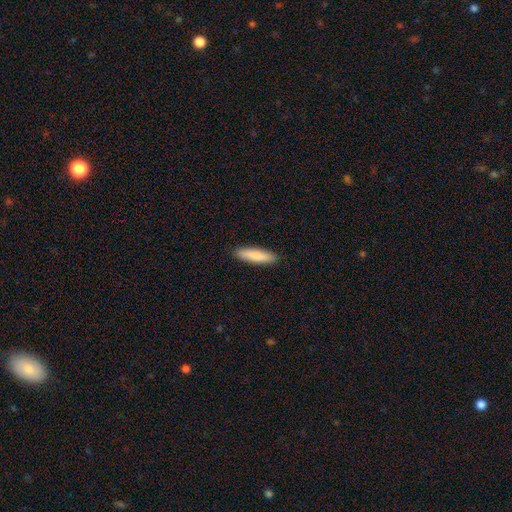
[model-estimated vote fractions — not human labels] A smooth galaxy with no disk features (85%) that is cigar-shaped (77%). Merging: none (91%).